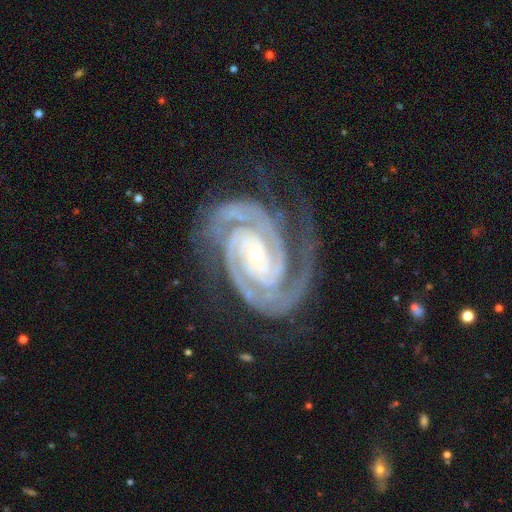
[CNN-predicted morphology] type=featured or disk (93%); edge-on=no (98%); bar=no (55%); spiral arms=yes (99%); winding=tight (78%); arm count=2 (73%); bulge=small (71%); merging=none (71%).